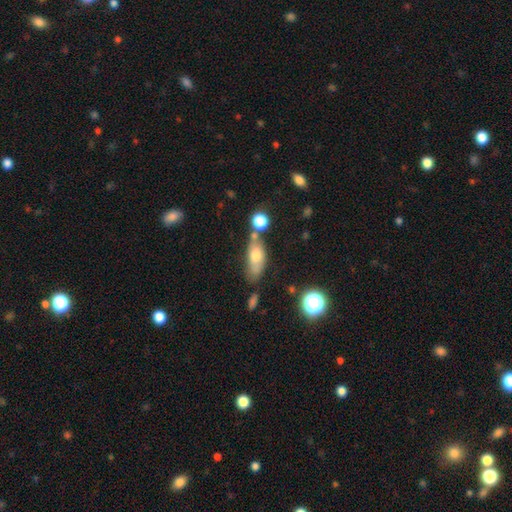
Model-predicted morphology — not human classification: The model was most divided on "merging": none: 49%, minor disturbance: 22%, merger: 21%, major disturbance: 8%. More confident: how rounded — in between (78%); smooth or featured — smooth (67%).